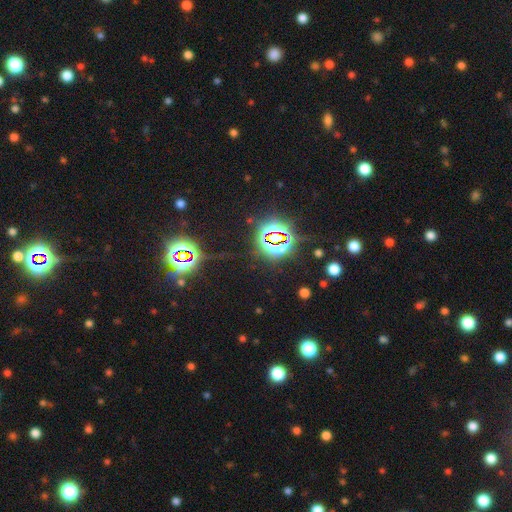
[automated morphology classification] star or artifact 82%, smooth 11%, featured or disk 7%.